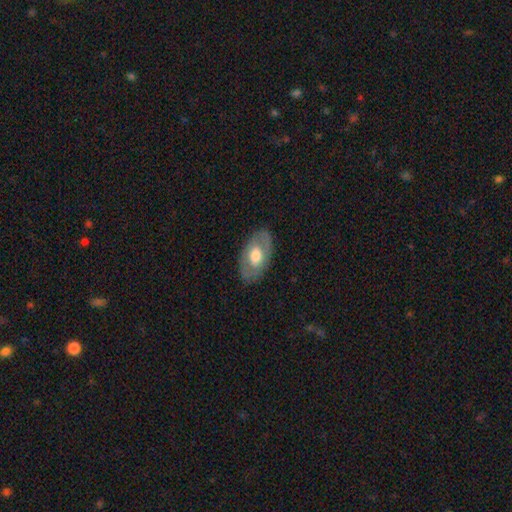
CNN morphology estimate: A smooth galaxy with no disk features (48%). Merging: none (81%).